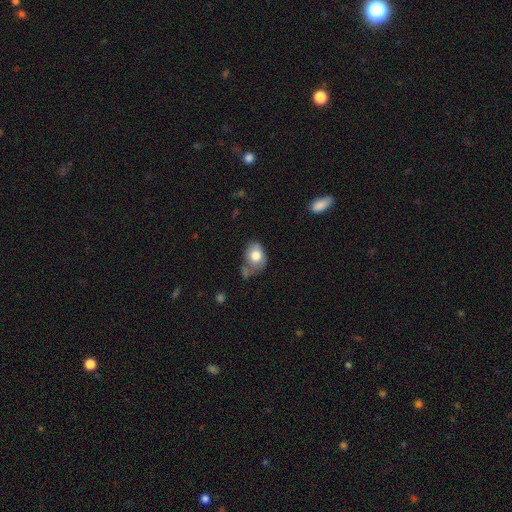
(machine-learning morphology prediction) Q: Smooth or featured?
A: smooth (76%); runner-up: featured or disk (16%)
Q: How rounded?
A: in between (63%); runner-up: round (36%)
Q: Merging?
A: none (40%); runner-up: minor disturbance (29%)